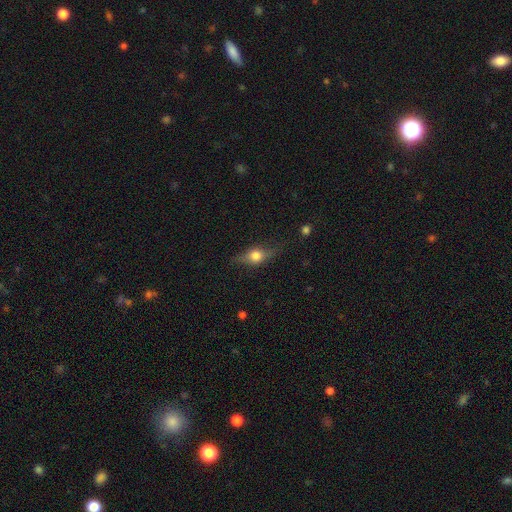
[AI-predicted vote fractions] This is possibly a smooth galaxy (49%). Merging: likely none (72%).